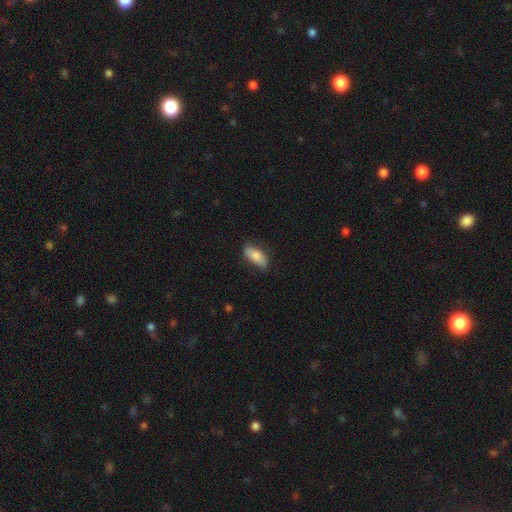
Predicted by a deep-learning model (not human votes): Smooth or featured? Predicted: smooth (p=0.78). How rounded? Predicted: in between (p=0.83). Merging? Predicted: none (p=0.77).